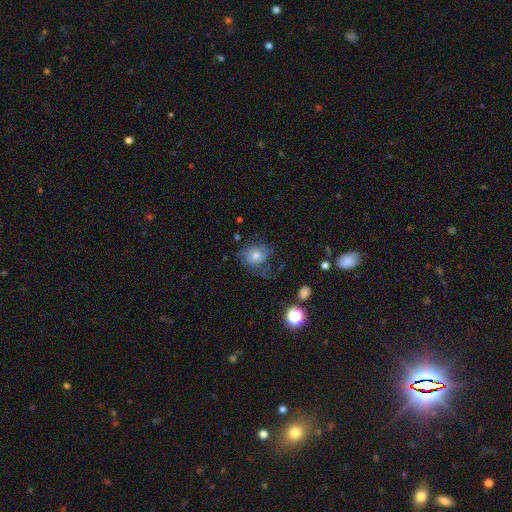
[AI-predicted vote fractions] smooth-or-featured: featured or disk: 50% | smooth: 38% | star or artifact: 12%
  disk-edge-on: no: 97% | yes: 3%
  merging: none: 50% | minor disturbance: 24% | major disturbance: 23% | merger: 2%